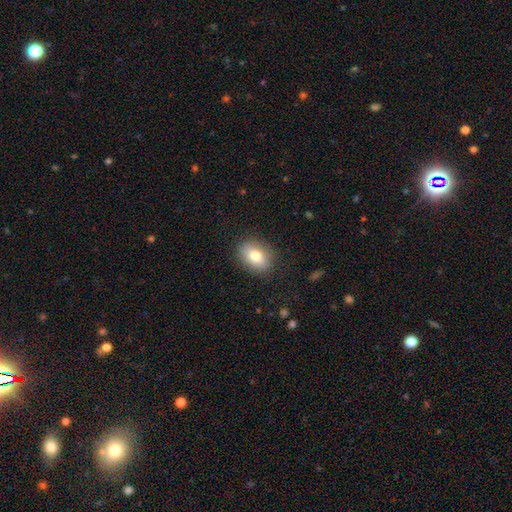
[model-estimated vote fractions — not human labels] Morphology: type=smooth (79%); roundness=in between (79%); merging=none (86%).